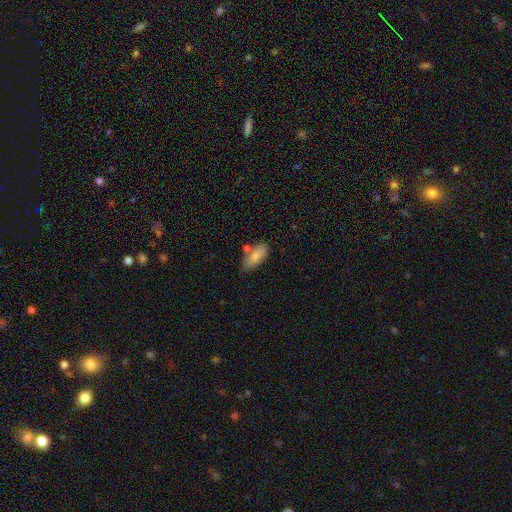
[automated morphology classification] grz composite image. It shows a smooth galaxy with no disk features (81%) that is in between round and cigar-shaped (80%). Merging: none (68%).